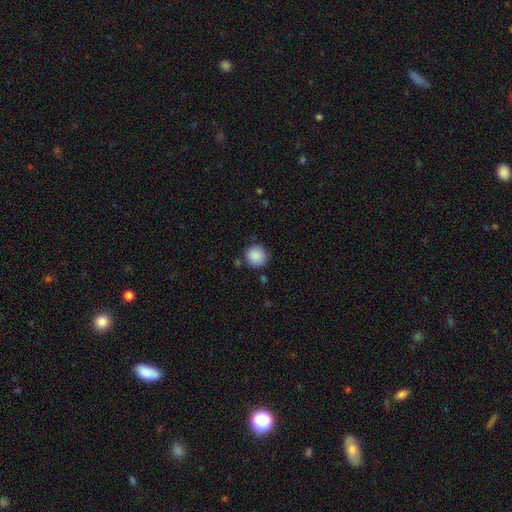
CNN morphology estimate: Overall: smooth (88%). How rounded: round (93%). Merging: none (82%).